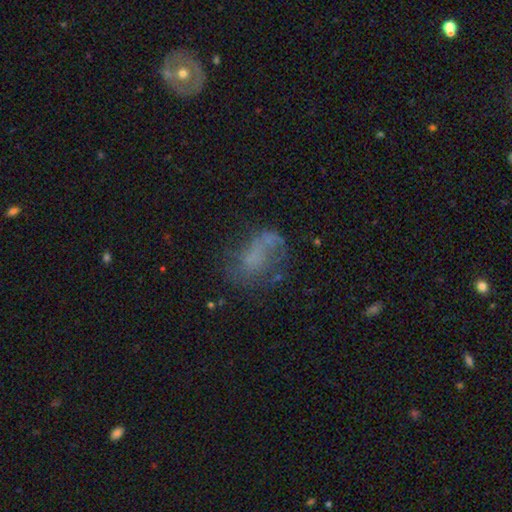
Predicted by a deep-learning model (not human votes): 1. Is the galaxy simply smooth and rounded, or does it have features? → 42% smooth, 41% featured or disk, 17% star or artifact.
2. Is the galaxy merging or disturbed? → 40% none, 30% major disturbance, 22% minor disturbance, 8% merger.